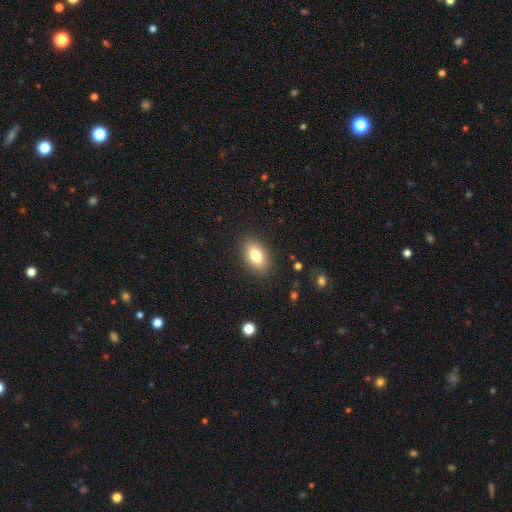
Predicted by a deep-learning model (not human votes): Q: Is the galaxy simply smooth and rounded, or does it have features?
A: smooth — 80%.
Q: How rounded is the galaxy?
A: in between — 89%.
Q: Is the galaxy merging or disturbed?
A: none — 87%.